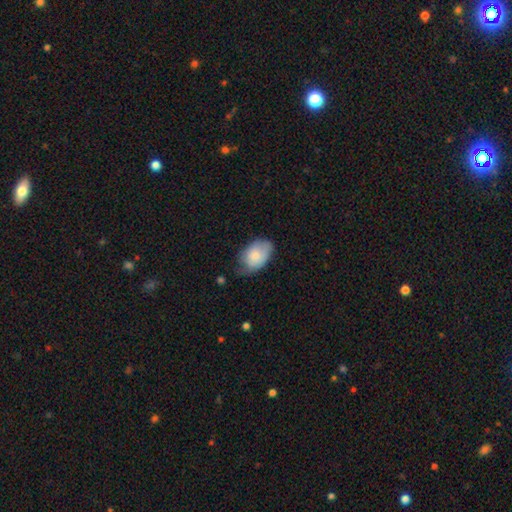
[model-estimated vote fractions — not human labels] Morphology: type=smooth (76%); roundness=in between (89%); merging=none (45%).